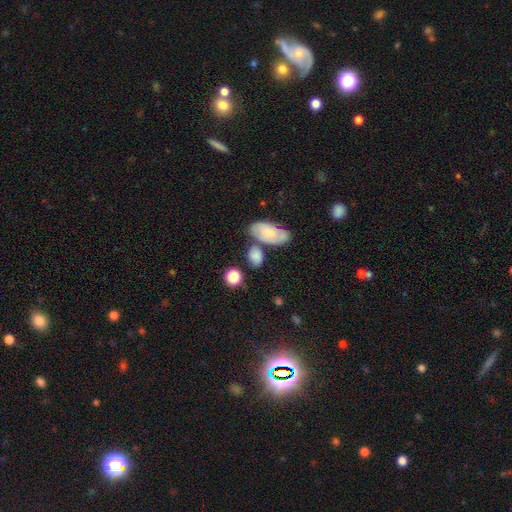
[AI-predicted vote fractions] Smooth or featured: smooth — 73% (featured or disk — 17%)
How rounded: in between — 67% (round — 30%)
Merging: none — 55% (merger — 21%)